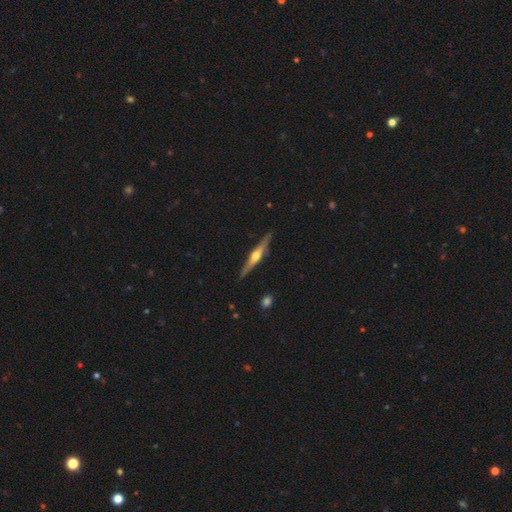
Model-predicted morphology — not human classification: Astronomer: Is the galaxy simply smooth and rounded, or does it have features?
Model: featured or disk — 74%.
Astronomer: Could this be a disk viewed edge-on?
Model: yes — 97%.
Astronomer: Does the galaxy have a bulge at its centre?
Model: rounded — 92%.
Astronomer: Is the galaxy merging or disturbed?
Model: none — 88%.